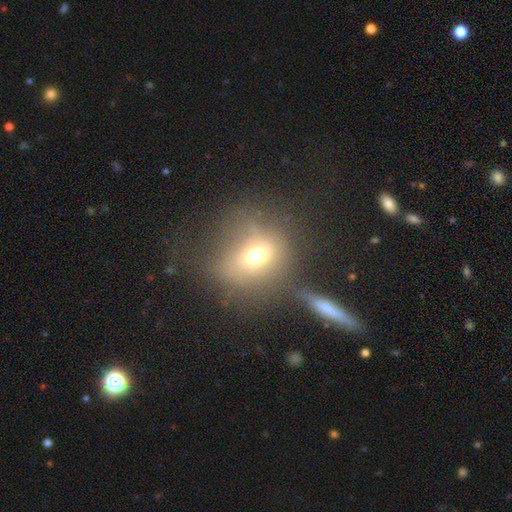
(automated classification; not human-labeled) Overall: smooth (63%). How rounded: round (62%; in between 36%). Merging: none (52%; minor disturbance 18%).